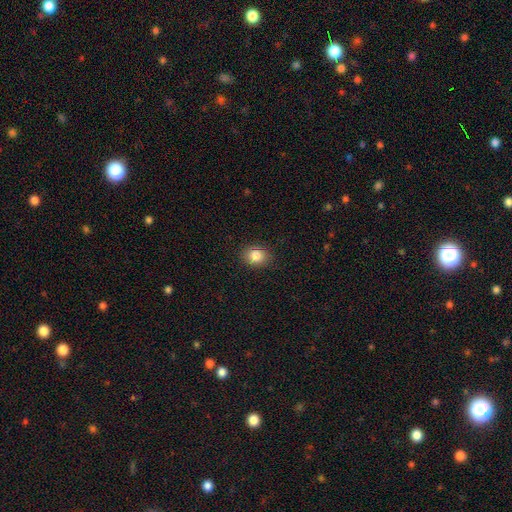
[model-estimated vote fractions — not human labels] smooth_or_featured: smooth (p=0.84) [alt: star or artifact p=0.10]
how_rounded: round (p=0.57) [alt: in between p=0.42]
merging: none (p=0.87) [alt: minor disturbance p=0.10]